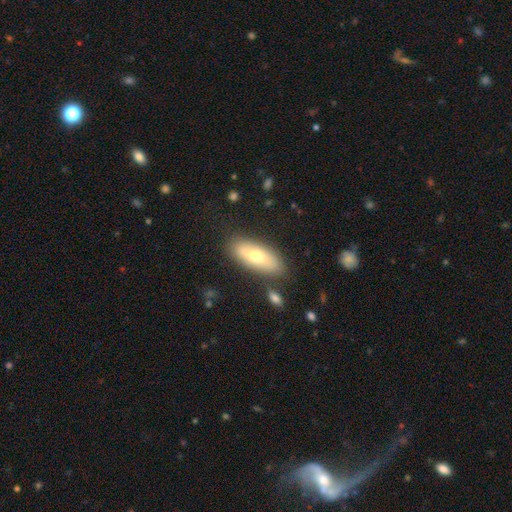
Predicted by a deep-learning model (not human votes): Overall: smooth (63%; featured or disk 30%). How rounded: in between (73%). Merging: none (80%).